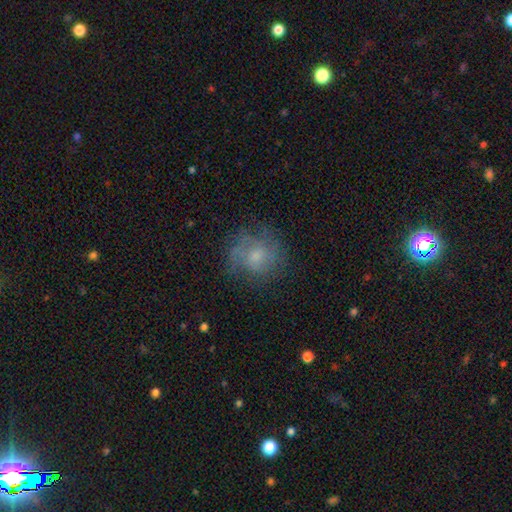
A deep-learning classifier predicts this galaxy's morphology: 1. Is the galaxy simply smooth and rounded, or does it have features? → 48% featured or disk, 41% smooth, 11% star or artifact.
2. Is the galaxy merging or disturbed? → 67% none, 20% minor disturbance, 12% major disturbance, 1% merger.